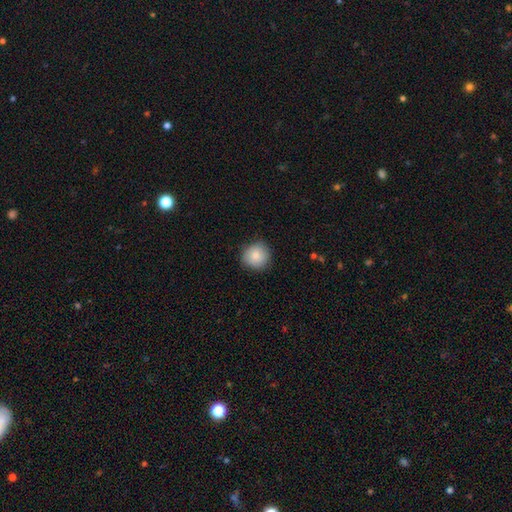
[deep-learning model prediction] This appears to be a smooth galaxy with no disk features (81%) that is round (91%). Merging: none (83%).